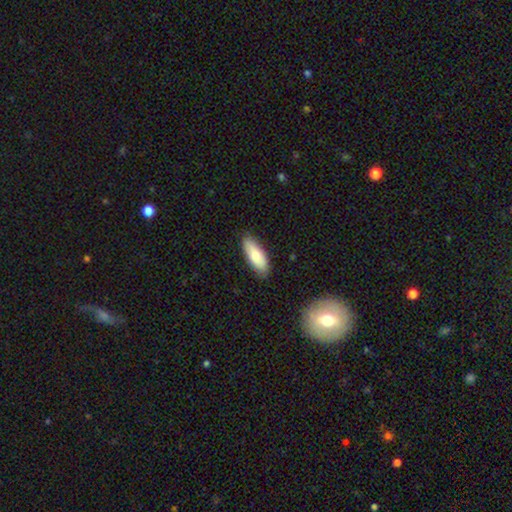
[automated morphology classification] Overall: smooth (78%). How rounded: in between (73%). Merging: none (84%).